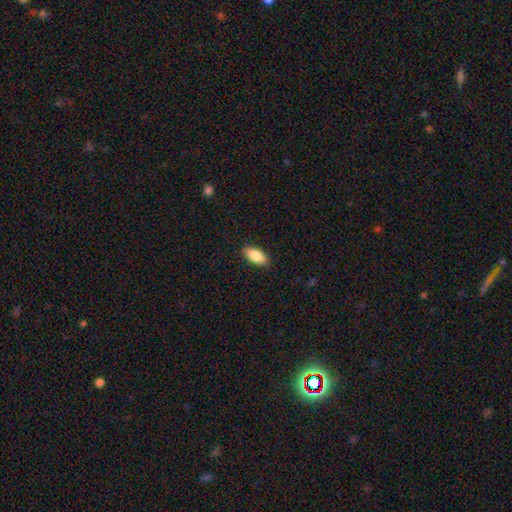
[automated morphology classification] Smooth or featured: smooth — 85% (featured or disk — 9%)
How rounded: in between — 89% (cigar-shaped — 9%)
Merging: none — 89% (minor disturbance — 9%)